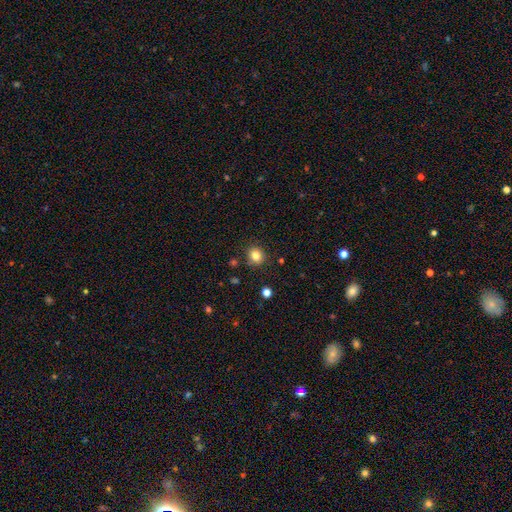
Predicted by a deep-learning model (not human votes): Smooth or featured? Predicted: smooth (p=0.82). How rounded? Predicted: round (p=0.77). Merging? Predicted: none (p=0.86).